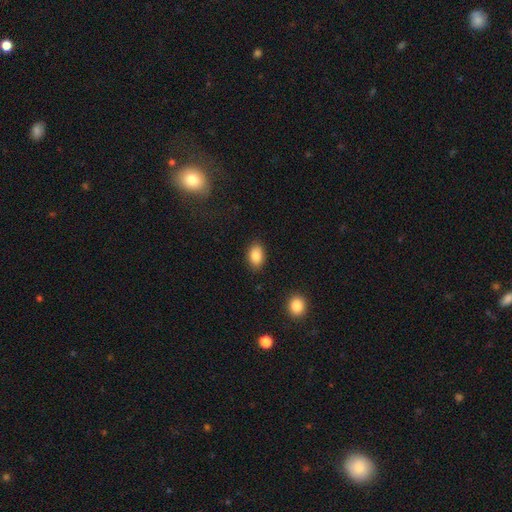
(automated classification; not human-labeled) Smooth or featured? smooth (85%)
How rounded? in between (86%)
Merging? none (86%)